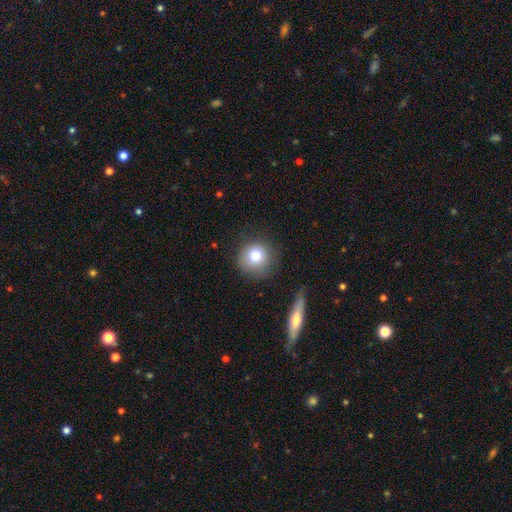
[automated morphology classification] Overall: smooth (79%). How rounded: round (92%). Merging: none (79%).